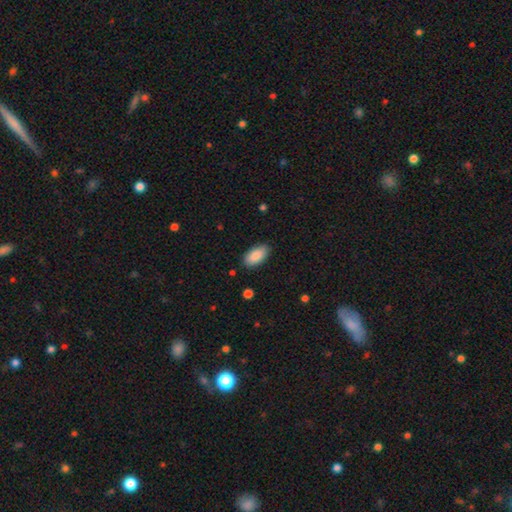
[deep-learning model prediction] A smooth galaxy with no disk features (89%) that is in between round and cigar-shaped (94%). Merging: none (87%).